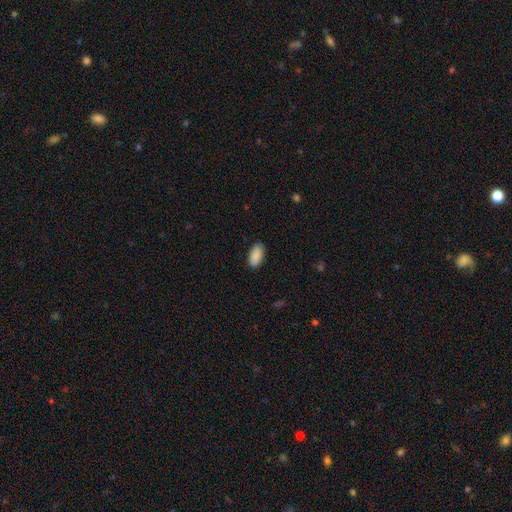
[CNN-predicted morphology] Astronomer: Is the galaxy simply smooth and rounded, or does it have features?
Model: smooth — 91%.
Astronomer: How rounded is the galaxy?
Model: in between — 94%.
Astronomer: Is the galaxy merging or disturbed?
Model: none — 88%.